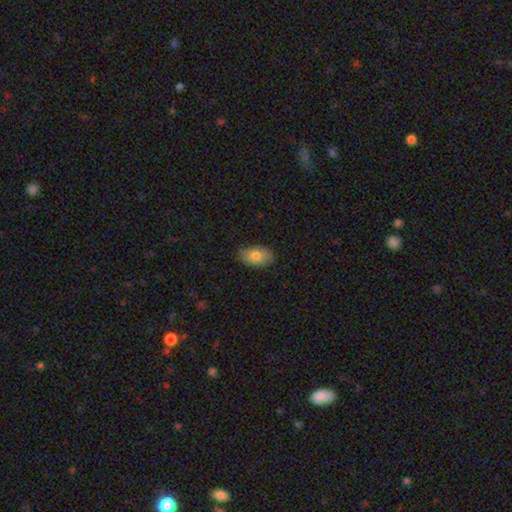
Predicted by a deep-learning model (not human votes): Smooth or featured? Predicted: smooth (p=0.77). How rounded? Predicted: in between (p=0.91). Merging? Predicted: none (p=0.81).